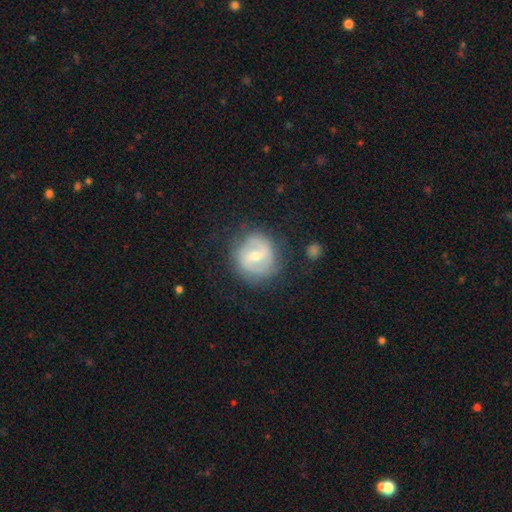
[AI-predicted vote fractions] A featured or disk galaxy (72%) with a weak bar (52%), 2 (83%) medium (47%) spiral arms (83%) and a moderate central bulge (57%).

Vote fractions:
- Smooth or featured? featured or disk: 72% / smooth: 22% / star or artifact: 6%
- Edge-on disk? no: 97% / yes: 3%
- Bar? weak: 52% / strong: 30% / no: 18%
- Spiral arms? yes: 83% / no: 17%
- Spiral winding? medium: 47% / tight: 30% / loose: 23%
- Spiral arm count? 2: 83% / can't tell: 10% / 1: 3% / 3: 2% / 4: 1% / more than 4: 1%
- Bulge size? moderate: 57% / small: 38% / large: 3% / none: 1% / dominant: 1%
- Merging? none: 77% / minor disturbance: 15% / major disturbance: 6% / merger: 2%